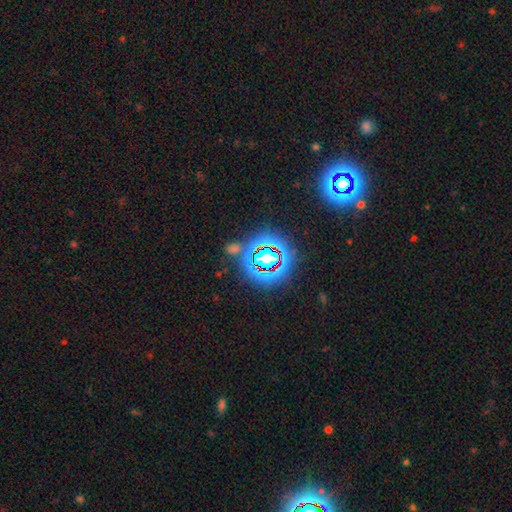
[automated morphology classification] This is likely a star or artifact rather than a galaxy (77%).